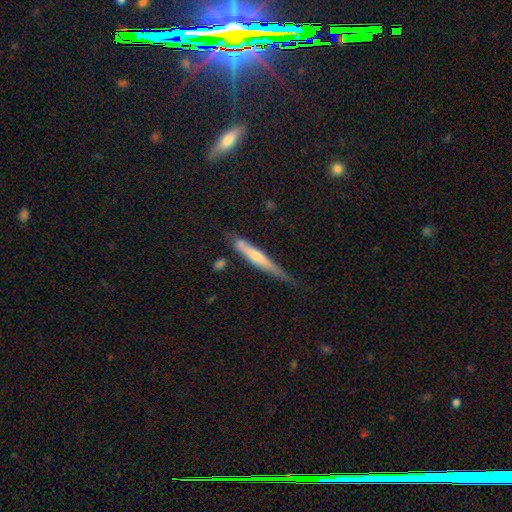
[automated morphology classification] smooth-or-featured: featured or disk: 50% | smooth: 43% | star or artifact: 7%
  merging: none: 59% | minor disturbance: 29% | major disturbance: 7% | merger: 6%